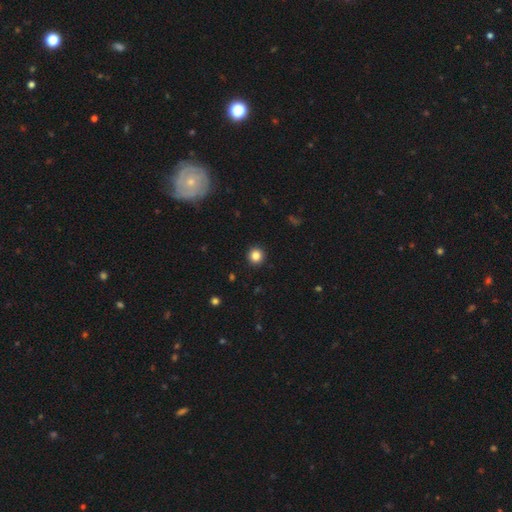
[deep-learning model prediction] Smooth or featured?
  - smooth: 84% *
  - star or artifact: 12%
  - featured or disk: 5%
How rounded?
  - round: 95% *
  - in between: 4%
  - cigar-shaped: 1%
Merging?
  - none: 93% *
  - minor disturbance: 5%
  - major disturbance: 2%
  - merger: 1%